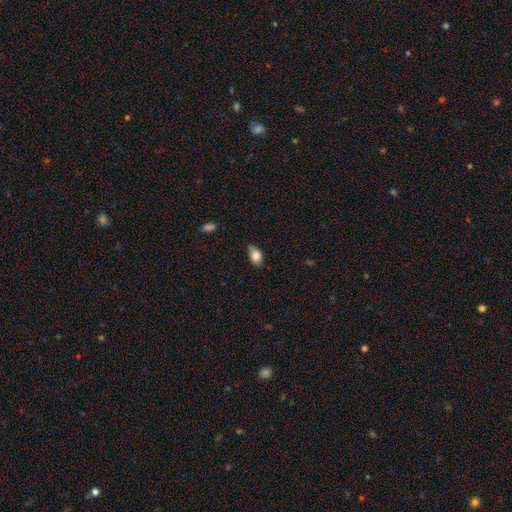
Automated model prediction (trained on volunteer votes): smooth 79%, featured or disk 13%, star or artifact 8%. Down the decision tree: how rounded — in between (87%); merging — none (65%).